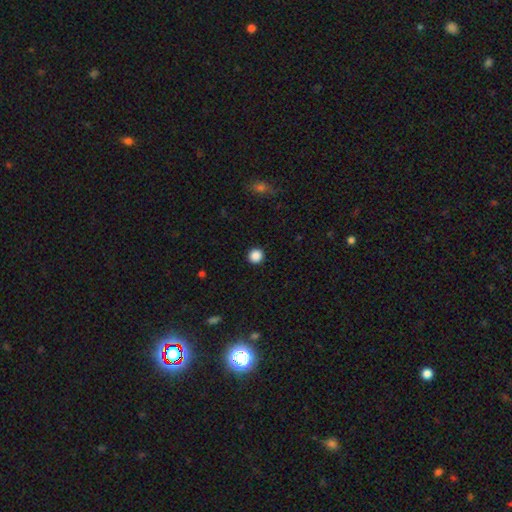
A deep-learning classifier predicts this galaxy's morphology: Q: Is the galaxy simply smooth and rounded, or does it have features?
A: smooth — 88%.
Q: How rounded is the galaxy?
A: round — 95%.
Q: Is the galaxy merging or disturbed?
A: none — 93%.